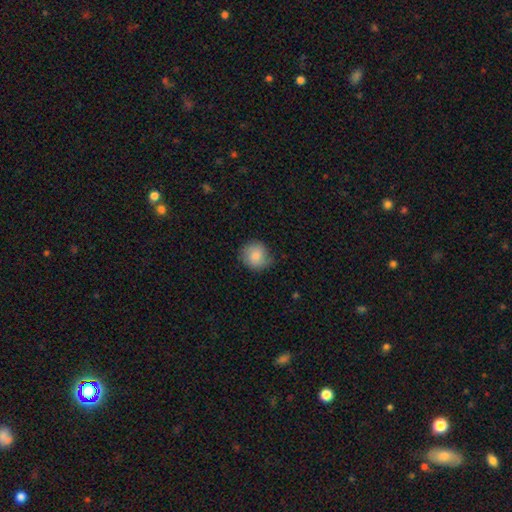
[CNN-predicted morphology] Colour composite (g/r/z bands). It shows a smooth galaxy with no disk features (72%) that is round (86%). Merging: none (74%).